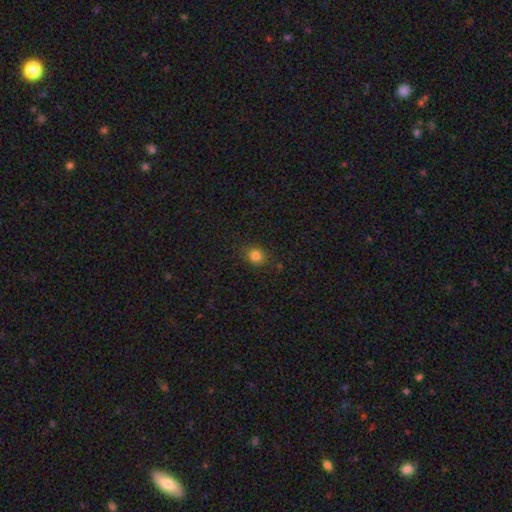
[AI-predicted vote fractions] This appears to be a smooth galaxy with no disk features (82%) that is round (80%). Merging: none (85%).